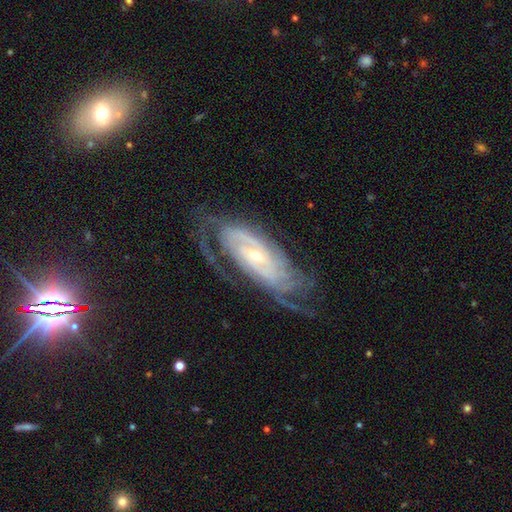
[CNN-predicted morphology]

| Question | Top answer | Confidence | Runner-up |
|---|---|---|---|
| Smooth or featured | featured or disk | 88% | smooth (7%) |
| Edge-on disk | no | 91% | yes (9%) |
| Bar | no | 49% | weak (35%) |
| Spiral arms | yes | 95% | no (5%) |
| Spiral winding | tight | 64% | medium (28%) |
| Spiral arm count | can't tell | 37% | 2 (23%) |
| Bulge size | small | 61% | moderate (35%) |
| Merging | none | 67% | minor disturbance (19%) |